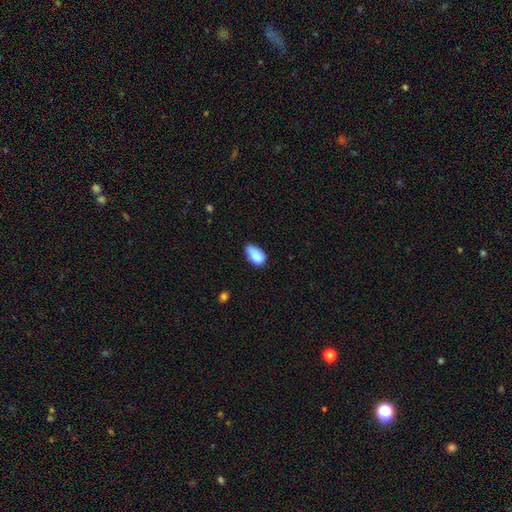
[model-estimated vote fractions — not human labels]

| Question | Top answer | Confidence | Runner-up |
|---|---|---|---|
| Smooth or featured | smooth | 86% | star or artifact (7%) |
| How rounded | in between | 92% | round (6%) |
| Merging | none | 53% | minor disturbance (38%) |